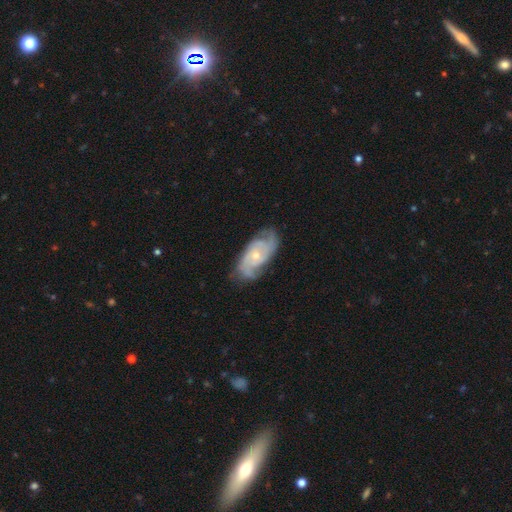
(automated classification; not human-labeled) This appears to be a featured or disk galaxy (85%) with no bar (70%), 2 (43%) tight (50%) spiral arms (96%) and a small central bulge (59%). Merging: none (74%).